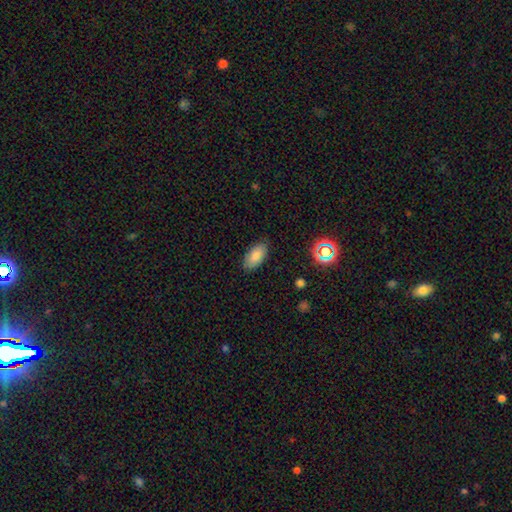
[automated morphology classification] The model was most divided on "merging": none: 86%, minor disturbance: 11%, major disturbance: 2%, merger: 1%. More confident: how rounded — in between (93%); smooth or featured — smooth (84%).